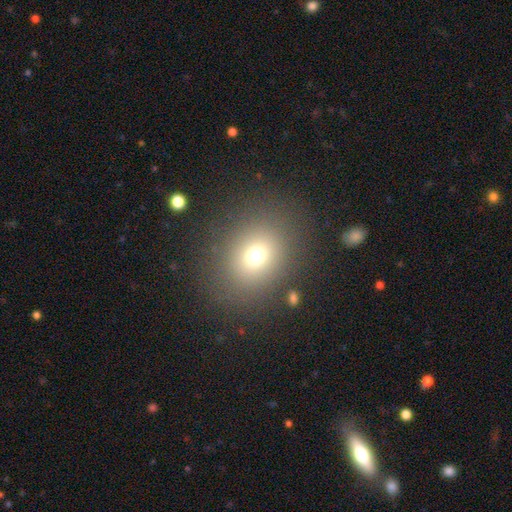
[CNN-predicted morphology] type=smooth (72%); roundness=round (58%); merging=none (83%).